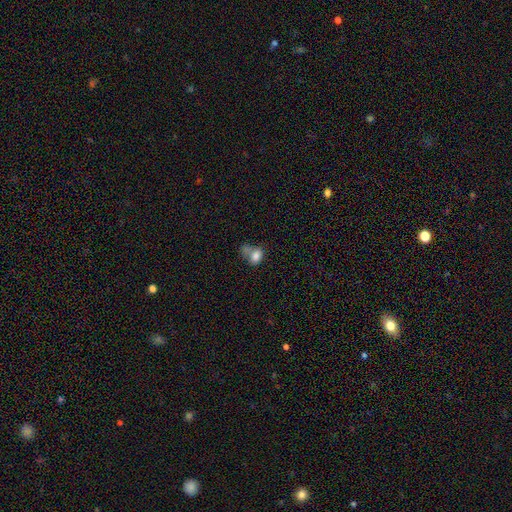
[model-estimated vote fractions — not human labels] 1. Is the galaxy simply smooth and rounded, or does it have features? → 79% smooth, 11% featured or disk, 10% star or artifact.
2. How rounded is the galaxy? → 78% in between, 21% round, 2% cigar-shaped.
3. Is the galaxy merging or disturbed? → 44% merger, 27% none, 16% minor disturbance, 13% major disturbance.